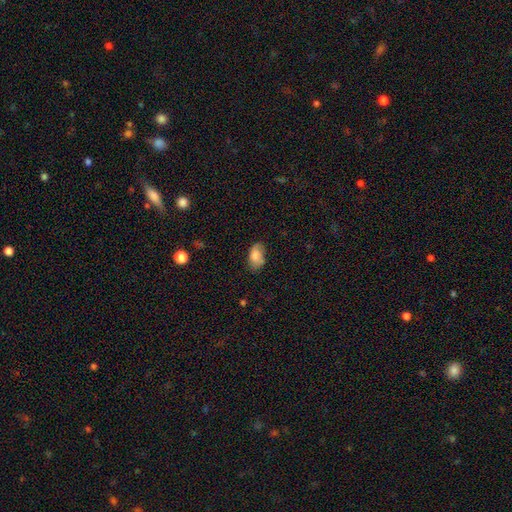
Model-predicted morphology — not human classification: type=smooth (80%); roundness=in between (92%); merging=none (70%).